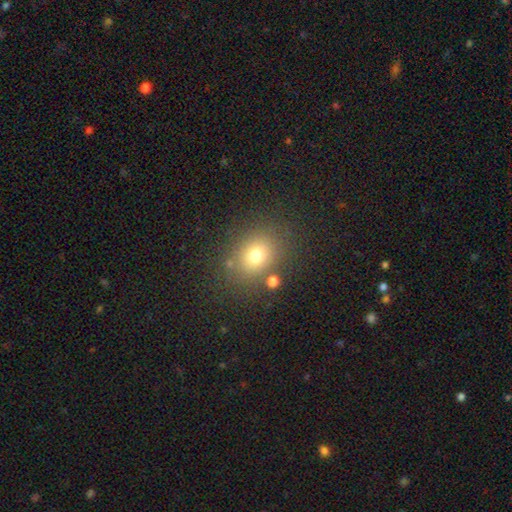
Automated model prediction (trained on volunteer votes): A smooth galaxy with no disk features (73%) that is round (55%).

Vote fractions:
- Smooth or featured? smooth: 73% / star or artifact: 16% / featured or disk: 11%
- How rounded? round: 55% / in between: 44% / cigar-shaped: 1%
- Merging? none: 79% / minor disturbance: 11% / merger: 6% / major disturbance: 5%